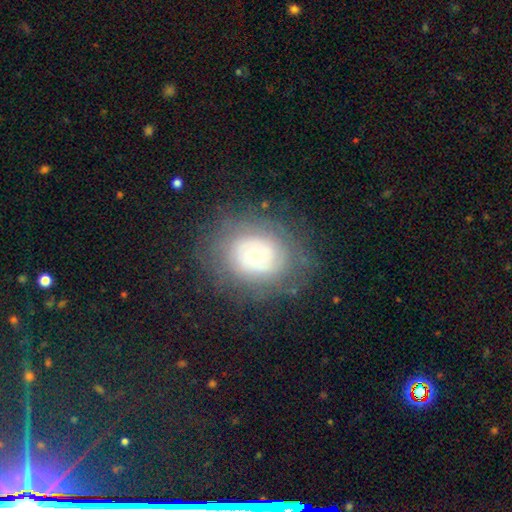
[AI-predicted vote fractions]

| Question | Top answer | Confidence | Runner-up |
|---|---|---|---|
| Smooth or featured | featured or disk | 54% | smooth (37%) |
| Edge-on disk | no | 95% | yes (5%) |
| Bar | no | 87% | weak (10%) |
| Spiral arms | no | 53% | yes (47%) |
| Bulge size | small | 52% | moderate (40%) |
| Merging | none | 74% | minor disturbance (15%) |